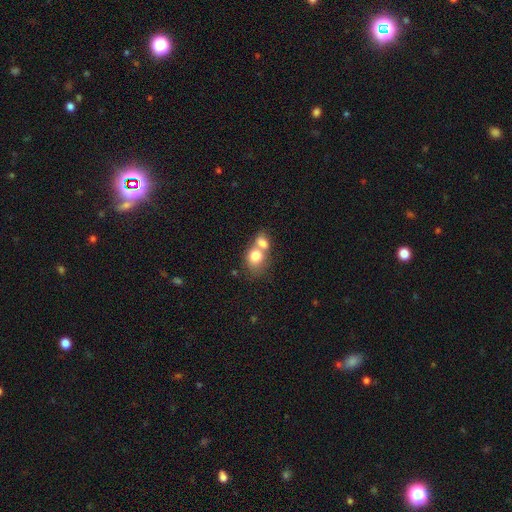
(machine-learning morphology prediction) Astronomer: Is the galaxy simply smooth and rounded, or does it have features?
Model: smooth — 75%.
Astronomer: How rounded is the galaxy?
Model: round — 51% (runner-up: in between, 48%).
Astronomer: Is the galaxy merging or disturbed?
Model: merger — 68%.